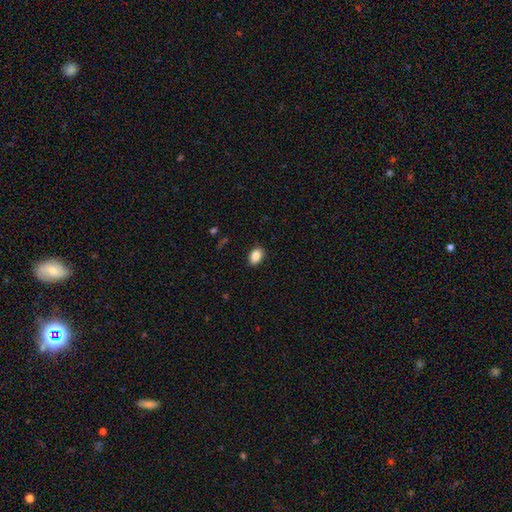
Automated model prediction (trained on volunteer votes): Smooth or featured? Predicted: smooth (p=0.87). How rounded? Predicted: in between (p=0.85). Merging? Predicted: none (p=0.87).